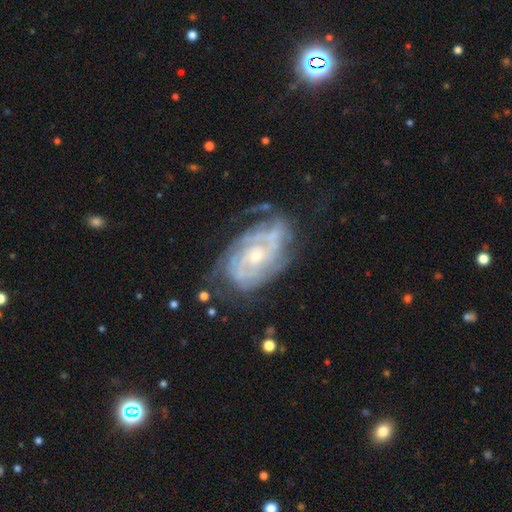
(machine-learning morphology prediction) This appears to be a featured or disk galaxy (85%) with no bar (73%), tight (68%) spiral arms (91%) and a small central bulge (63%). Merging: none (57%).